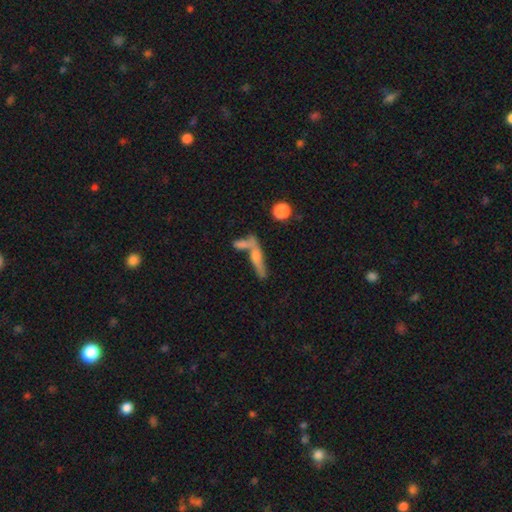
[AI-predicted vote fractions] Overall: featured or disk (50%; smooth 39%). Edge-on disk: yes (77%). Merging: none (46%; merger 33%).